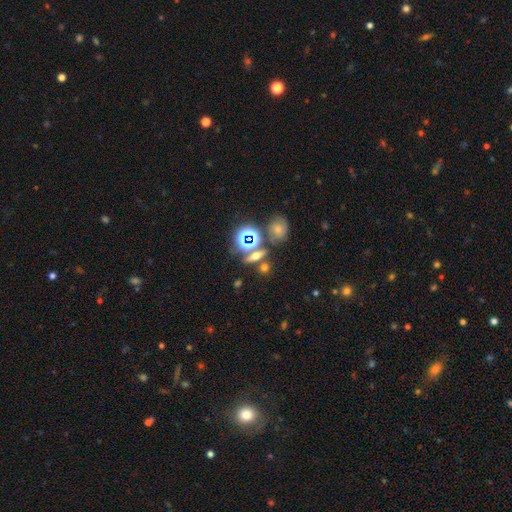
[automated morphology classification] smooth-or-featured: smooth: 41% | star or artifact: 35% | featured or disk: 23%
  merging: none: 71% | merger: 15% | minor disturbance: 9% | major disturbance: 4%